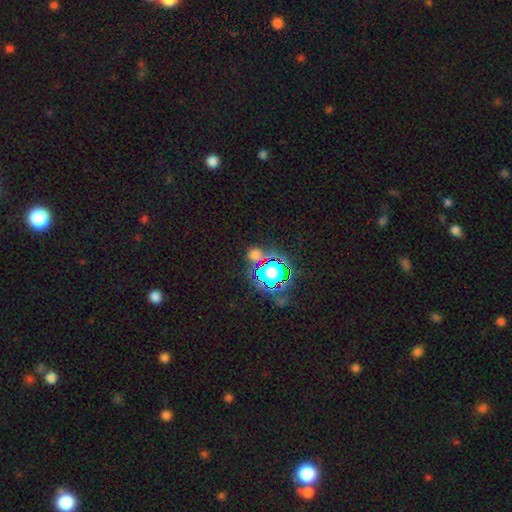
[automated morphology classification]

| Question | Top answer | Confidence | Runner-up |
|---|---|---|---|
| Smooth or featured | smooth | 46% | star or artifact (45%) |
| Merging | none | 72% | merger (12%) |